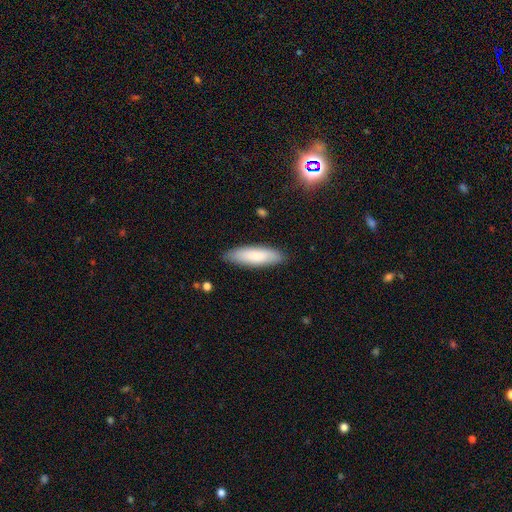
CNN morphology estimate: smooth-or-featured: smooth: 82% | featured or disk: 13% | star or artifact: 6%
  how-rounded: cigar-shaped: 55% | in between: 43% | round: 1%
  merging: none: 87% | minor disturbance: 10% | major disturbance: 2% | merger: 1%